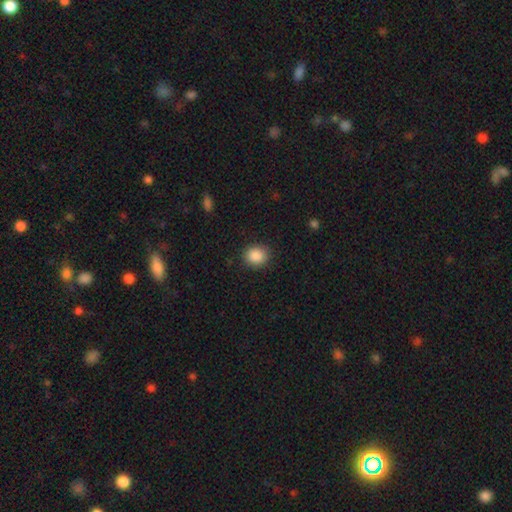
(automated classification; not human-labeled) smooth-or-featured: smooth: 88% | star or artifact: 8% | featured or disk: 3%
  how-rounded: round: 72% | in between: 27% | cigar-shaped: 1%
  merging: none: 87% | minor disturbance: 9% | major disturbance: 3% | merger: 1%